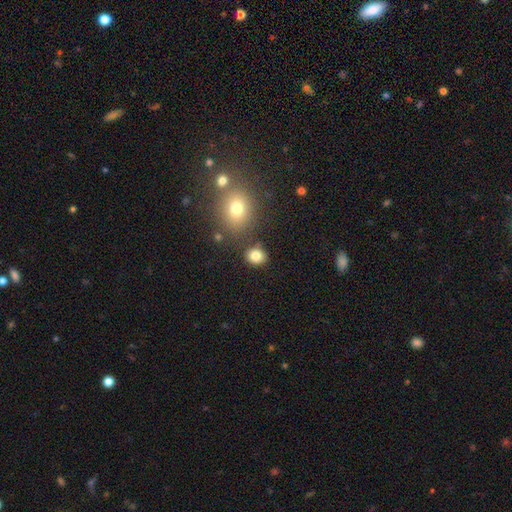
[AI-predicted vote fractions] The model was most divided on "how rounded": round: 56%, in between: 43%, cigar-shaped: 1%. More confident: smooth or featured — smooth (83%); merging — none (78%).